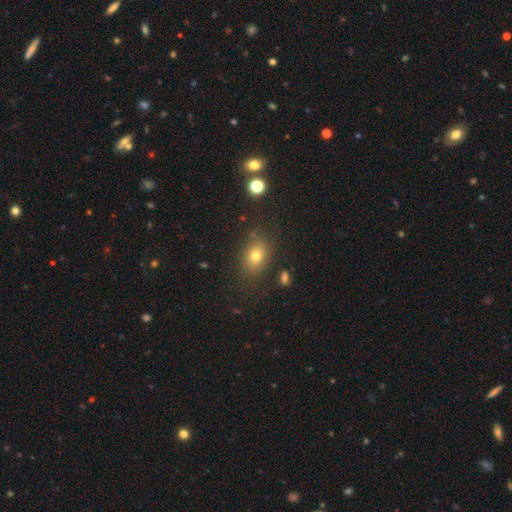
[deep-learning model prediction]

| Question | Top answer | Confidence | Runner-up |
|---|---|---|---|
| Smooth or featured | smooth | 74% | star or artifact (15%) |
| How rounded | in between | 64% | round (34%) |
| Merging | none | 82% | minor disturbance (11%) |